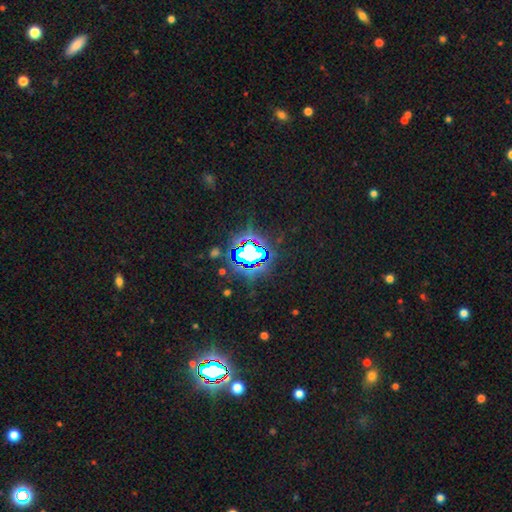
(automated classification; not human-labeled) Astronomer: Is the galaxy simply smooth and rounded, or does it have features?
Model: star or artifact — 84%.